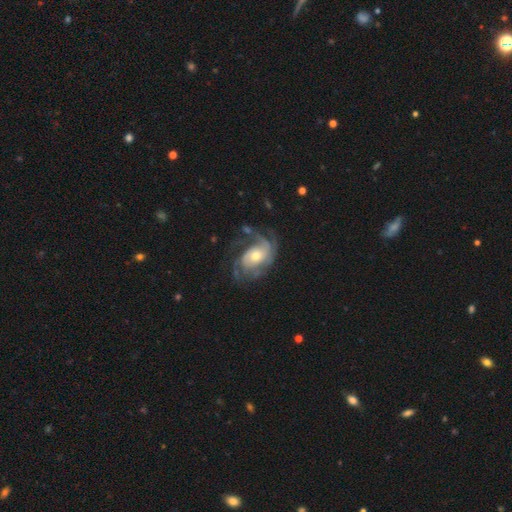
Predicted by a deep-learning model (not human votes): featured or disk 85%, smooth 9%, star or artifact 5%. Down the decision tree: edge-on disk — no (97%); bar — no (68%); spiral arms — yes (95%); spiral arm count — 2 (29%); spiral winding — tight (42%); bulge size — moderate (60%); merging — none (55%).